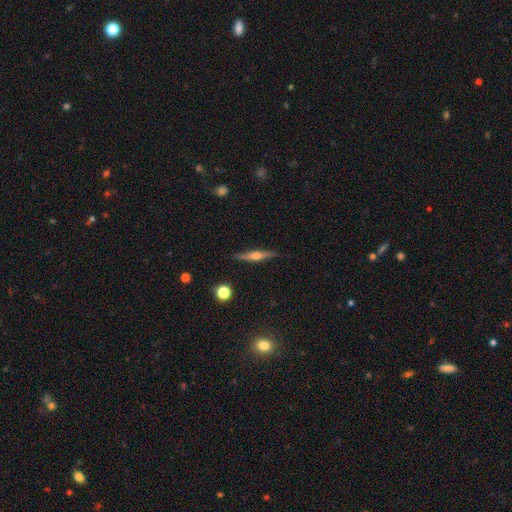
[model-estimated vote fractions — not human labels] A featured or disk galaxy (71%) viewed edge-on (97%) with a rounded central bulge (90%). Merging: none (87%).